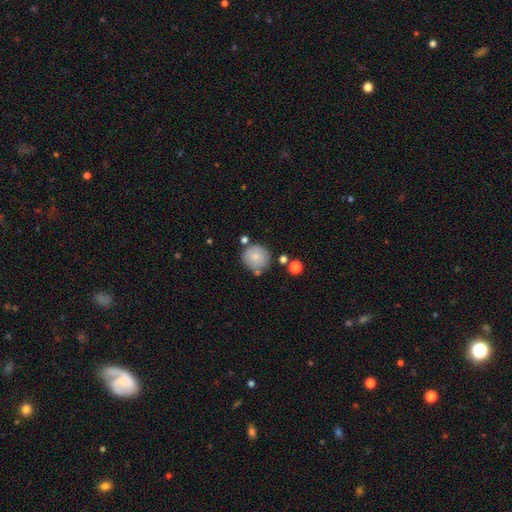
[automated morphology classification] smooth 77%, featured or disk 15%, star or artifact 8%. Down the decision tree: how rounded — round (92%); merging — none (73%).